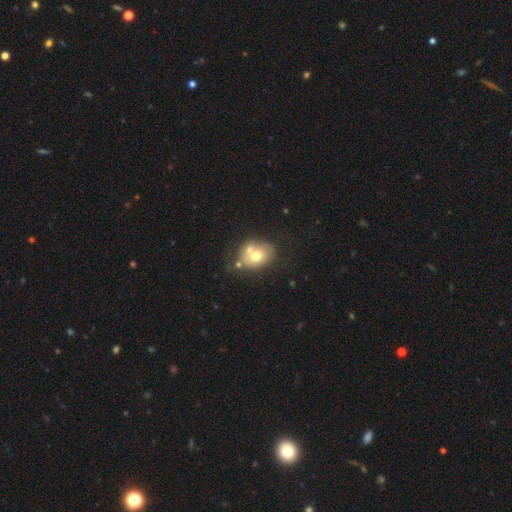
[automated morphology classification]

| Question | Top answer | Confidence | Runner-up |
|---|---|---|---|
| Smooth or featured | smooth | 64% | featured or disk (26%) |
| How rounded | in between | 50% | round (49%) |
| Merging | none | 44% | merger (33%) |